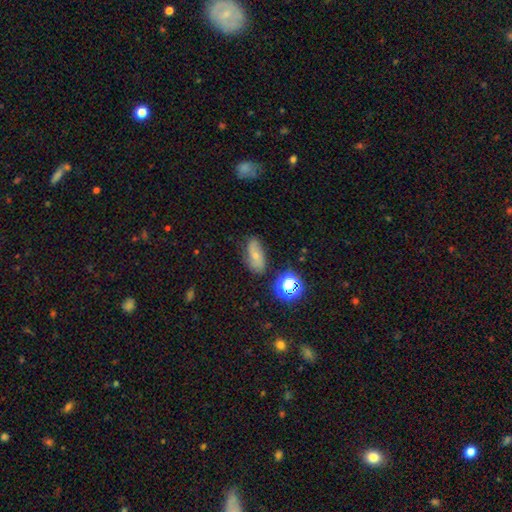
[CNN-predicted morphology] smooth-or-featured: smooth: 44% | featured or disk: 41% | star or artifact: 15%
  merging: none: 69% | minor disturbance: 22% | major disturbance: 6% | merger: 3%